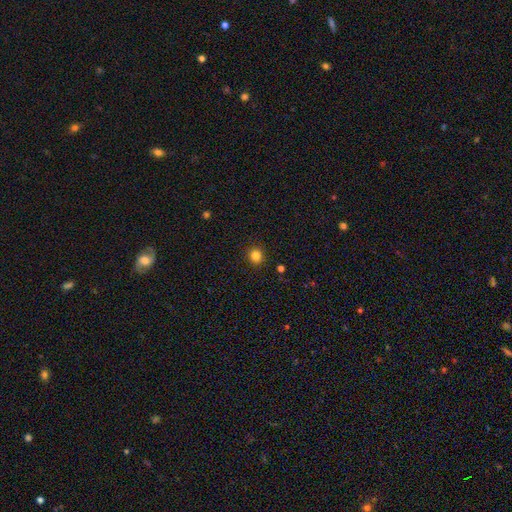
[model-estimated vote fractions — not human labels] Smooth or featured? smooth (82%)
How rounded? round (90%)
Merging? none (92%)